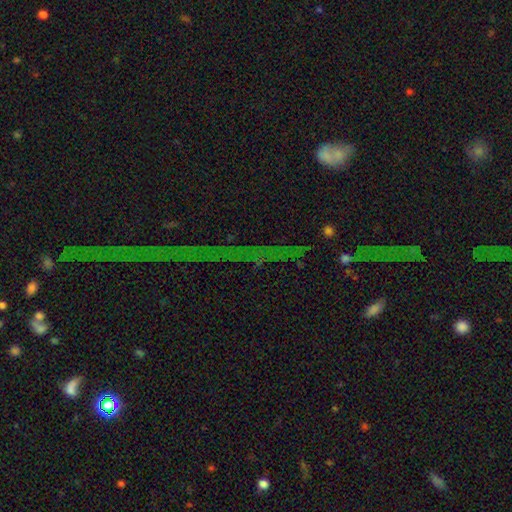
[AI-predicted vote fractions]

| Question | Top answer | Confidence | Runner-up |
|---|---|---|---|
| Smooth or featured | star or artifact | 78% | featured or disk (12%) |